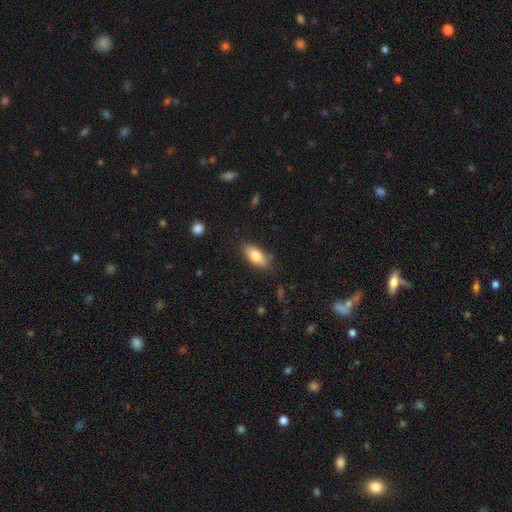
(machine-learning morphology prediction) smooth_or_featured: smooth (p=0.79) [alt: featured or disk p=0.14]
how_rounded: in between (p=0.85) [alt: cigar-shaped p=0.12]
merging: none (p=0.79) [alt: minor disturbance p=0.16]